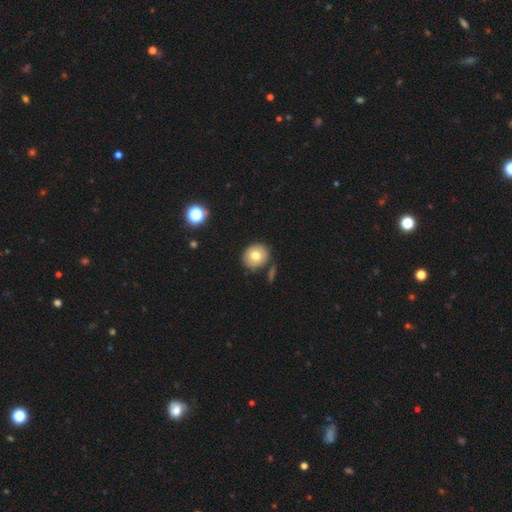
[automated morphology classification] smooth_or_featured: smooth (p=0.75) [alt: featured or disk p=0.15]
how_rounded: round (p=0.84) [alt: in between p=0.15]
merging: none (p=0.81) [alt: minor disturbance p=0.10]